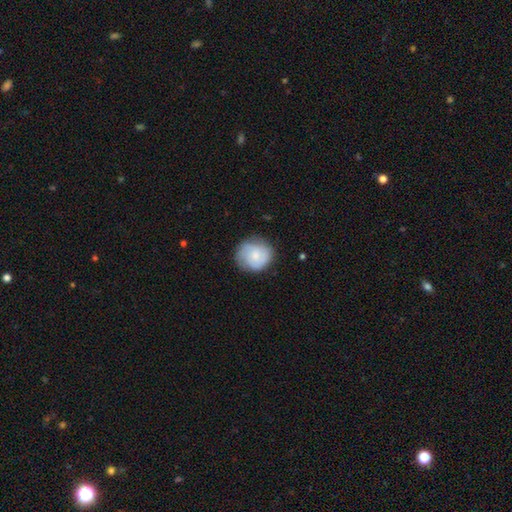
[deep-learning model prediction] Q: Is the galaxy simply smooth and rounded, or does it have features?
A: smooth — 58%.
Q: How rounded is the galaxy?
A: round — 85%.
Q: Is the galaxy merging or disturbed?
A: none — 75%.